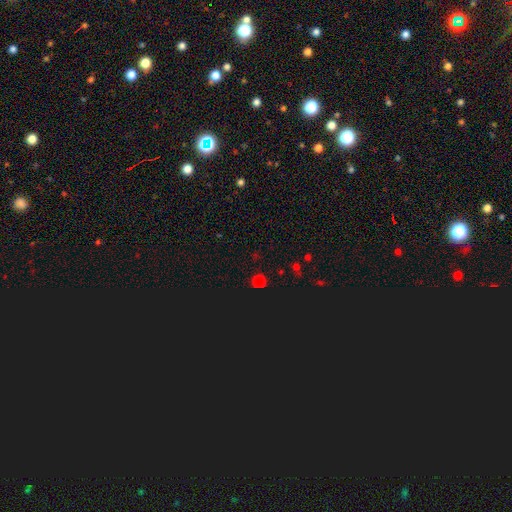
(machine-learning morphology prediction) type=smooth (65%); roundness=round (91%); merging=none (87%).